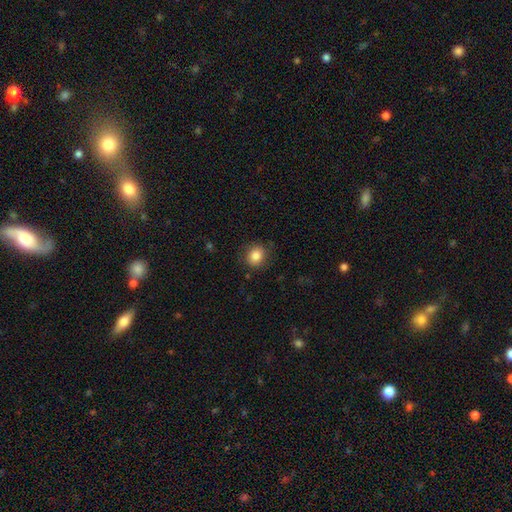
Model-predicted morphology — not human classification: type=smooth (84%); roundness=round (65%); merging=none (84%).